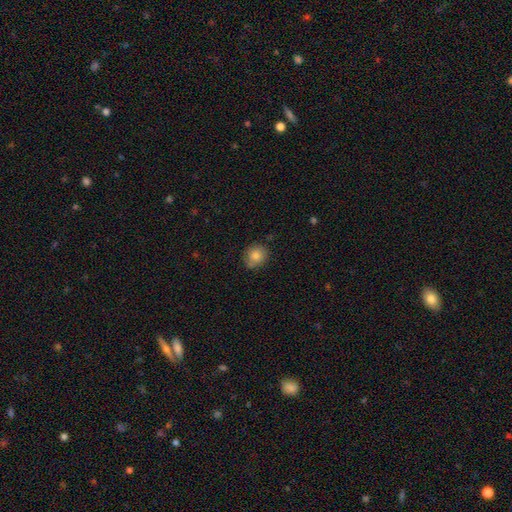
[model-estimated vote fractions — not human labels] Smooth or featured?
  - smooth: 81% *
  - featured or disk: 10%
  - star or artifact: 9%
How rounded?
  - round: 72% *
  - in between: 27%
  - cigar-shaped: 1%
Merging?
  - none: 73% *
  - minor disturbance: 20%
  - major disturbance: 4%
  - merger: 3%